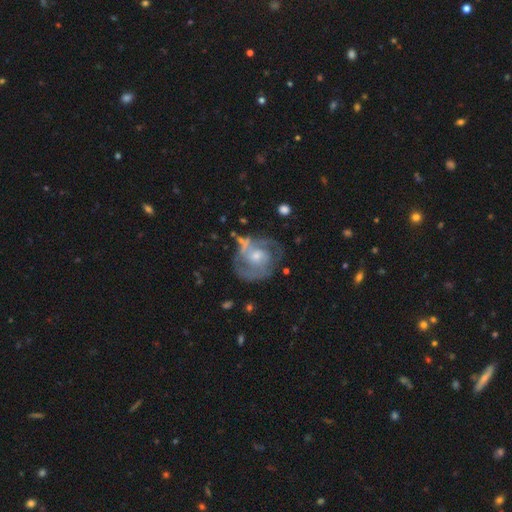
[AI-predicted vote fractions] smooth-or-featured: featured or disk: 81% | smooth: 13% | star or artifact: 6%
  disk-edge-on: no: 98% | yes: 2%
    bar: no: 65% | weak: 30% | strong: 5%
    has-spiral-arms: yes: 88% | no: 12%
      spiral-winding: tight: 43% (tied) | medium: 43% (tied) | loose: 14%
      spiral-arm-count: 2: 48% | can't tell: 24% | 3: 15% | 1: 6% | 4: 4% | more than 4: 3%
    bulge-size: moderate: 46% | small: 45% | large: 4% | none: 3% | dominant: 1%
  merging: none: 62% | minor disturbance: 21% | major disturbance: 14% | merger: 3%